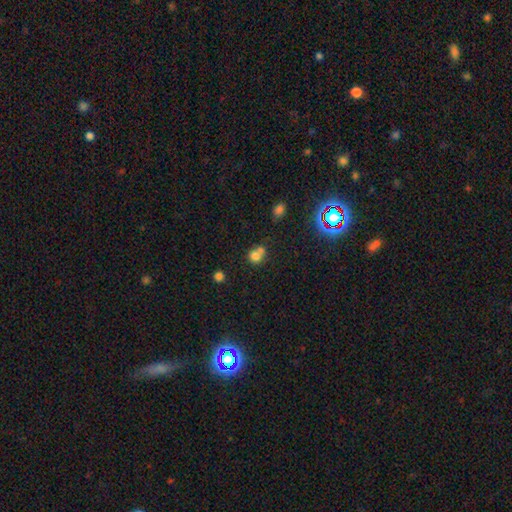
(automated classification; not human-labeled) Morphology: type=smooth (75%); roundness=round (80%); merging=merger (45%).